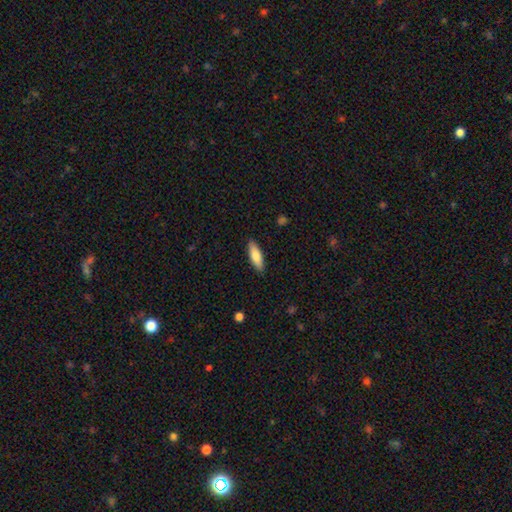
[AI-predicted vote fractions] Smooth or featured? Predicted: smooth (p=0.78). How rounded? Predicted: in between (p=0.50). Merging? Predicted: none (p=0.89).